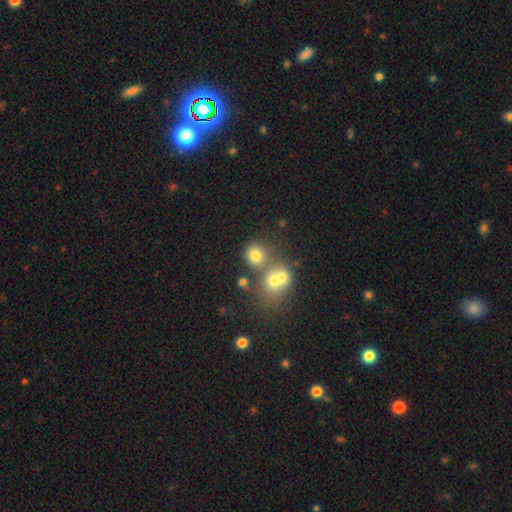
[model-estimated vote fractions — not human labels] Q: Smooth or featured?
A: smooth (73%); runner-up: star or artifact (15%)
Q: How rounded?
A: round (80%); runner-up: in between (19%)
Q: Merging?
A: none (50%); runner-up: merger (36%)